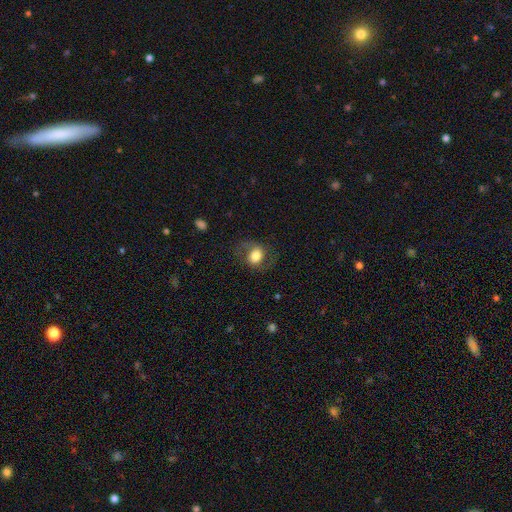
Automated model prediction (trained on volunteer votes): smooth 55%, featured or disk 36%, star or artifact 9%. Down the decision tree: how rounded — round (55%); merging — none (70%).